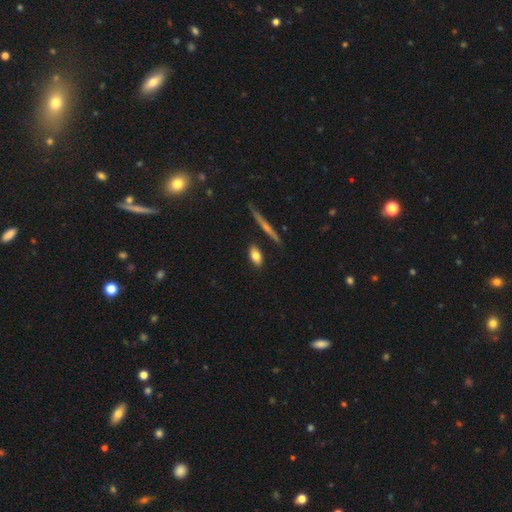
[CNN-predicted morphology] smooth-or-featured: smooth: 80% | featured or disk: 13% | star or artifact: 7%
  how-rounded: in between: 82% | cigar-shaped: 12% | round: 6%
  merging: none: 82% | minor disturbance: 11% | merger: 4% | major disturbance: 3%